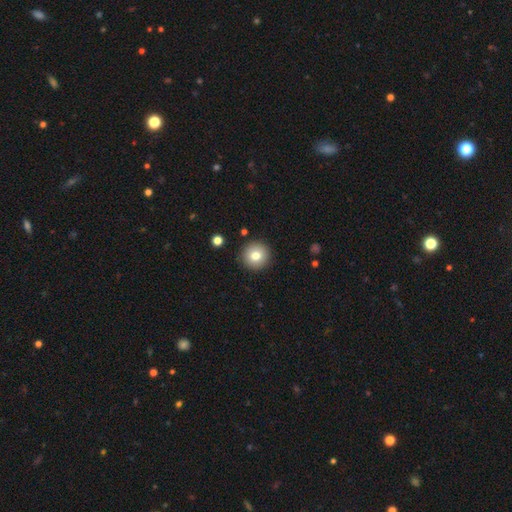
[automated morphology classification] A smooth galaxy with no disk features (78%) that is round (95%). Merging: none (91%).